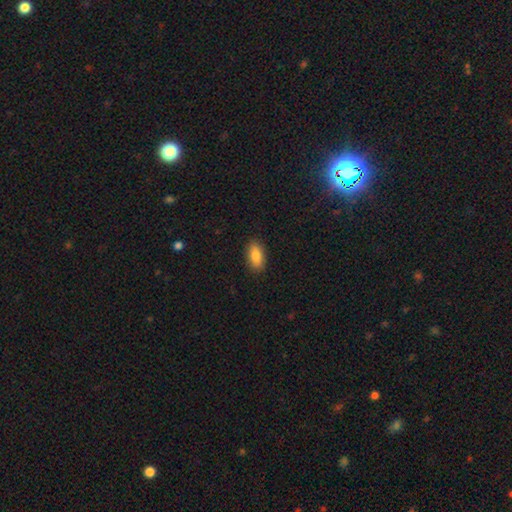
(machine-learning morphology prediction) Smooth or featured?
  - smooth: 85% *
  - featured or disk: 8%
  - star or artifact: 7%
How rounded?
  - in between: 90% *
  - cigar-shaped: 6%
  - round: 4%
Merging?
  - none: 89% *
  - minor disturbance: 8%
  - major disturbance: 2%
  - merger: 1%